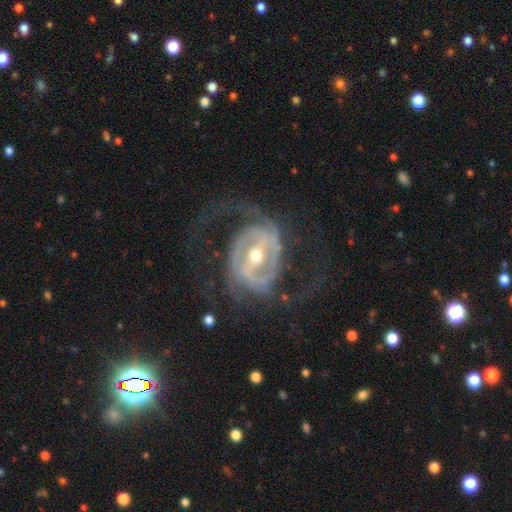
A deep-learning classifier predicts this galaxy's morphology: Overall: featured or disk (91%). Edge-on disk: no (97%). Bar: strong (57%; weak 32%). Spiral arms: yes (94%). Spiral arm count: 2 (70%). Spiral winding: medium (48%; tight 27%). Bulge size: moderate (66%; small 27%). Merging: none (63%).